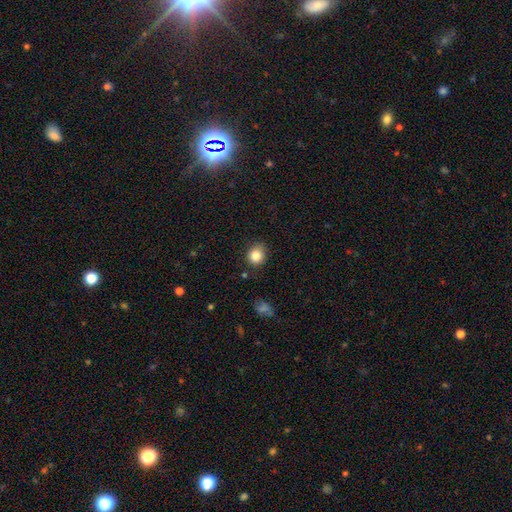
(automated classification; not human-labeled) This appears to be a smooth galaxy with no disk features (84%) that is round (77%). Merging: none (79%).